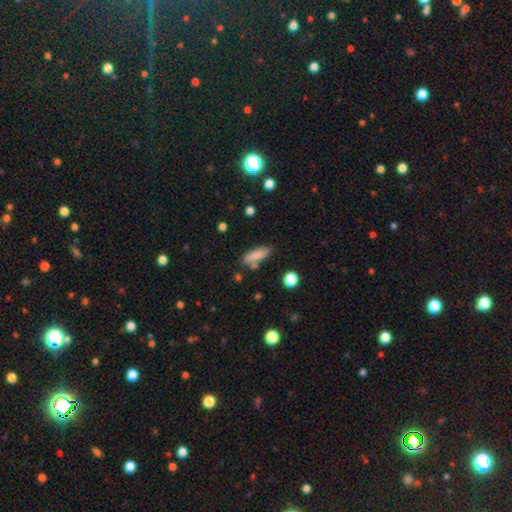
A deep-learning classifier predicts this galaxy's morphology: A smooth galaxy with no disk features (82%) that is in between round and cigar-shaped (50%).

Vote fractions:
- Smooth or featured? smooth: 82% / featured or disk: 10% / star or artifact: 8%
- How rounded? in between: 50% / cigar-shaped: 48% / round: 2%
- Merging? none: 66% / minor disturbance: 19% / merger: 10% / major disturbance: 5%